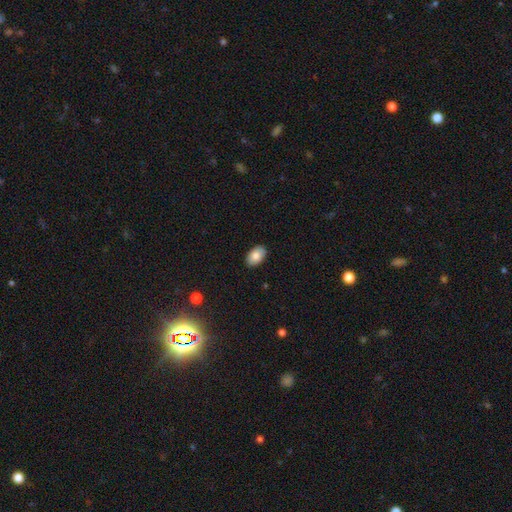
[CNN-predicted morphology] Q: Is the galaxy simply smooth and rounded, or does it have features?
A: smooth — 83%.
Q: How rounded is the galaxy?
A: in between — 92%.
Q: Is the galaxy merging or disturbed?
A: none — 89%.